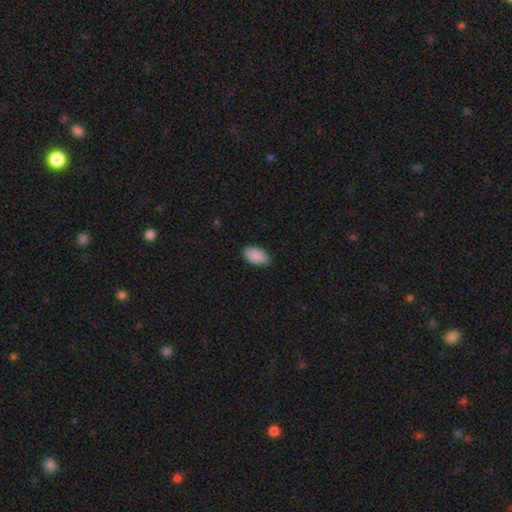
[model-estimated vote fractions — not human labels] smooth-or-featured: smooth: 90% | star or artifact: 6% | featured or disk: 4%
  how-rounded: in between: 94% | round: 5% | cigar-shaped: 1%
  merging: none: 82% | minor disturbance: 14% | major disturbance: 2% | merger: 1%